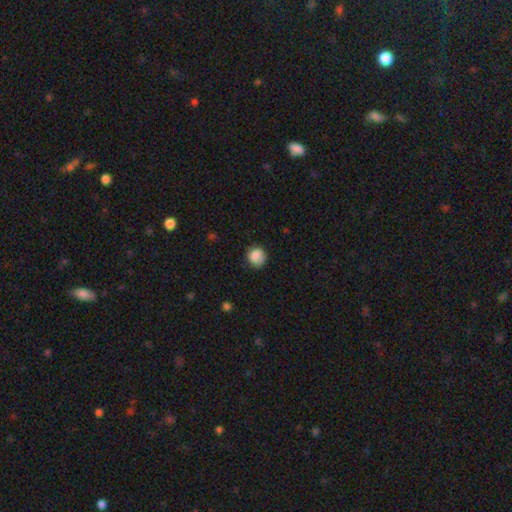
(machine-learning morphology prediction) Overall: smooth (85%). How rounded: round (81%). Merging: none (71%).